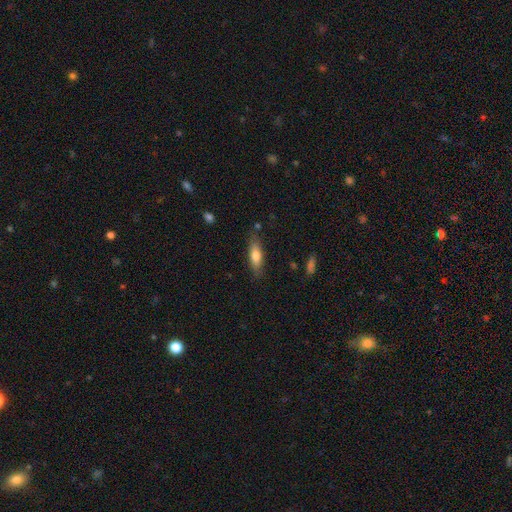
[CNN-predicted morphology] Smooth or featured? smooth (68%)
How rounded? cigar-shaped (55%)
Merging? none (81%)